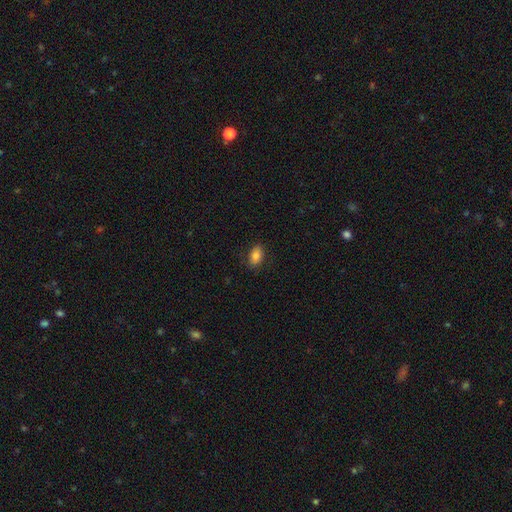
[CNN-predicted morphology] The model was most divided on "merging": none: 83%, minor disturbance: 13%, major disturbance: 3%, merger: 1%. More confident: how rounded — in between (87%); smooth or featured — smooth (82%).